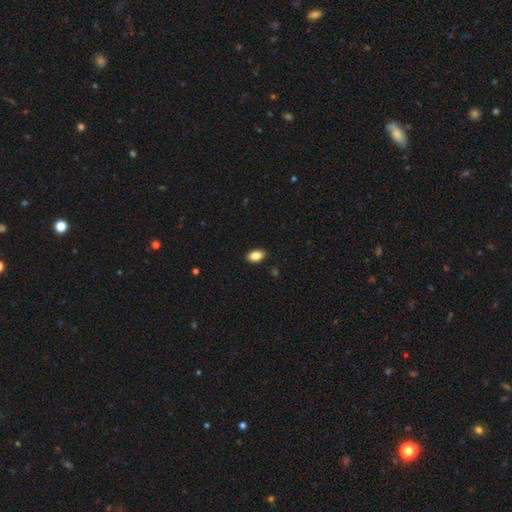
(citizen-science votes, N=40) Smooth or featured? 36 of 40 (90%) said smooth. How rounded? 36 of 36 (100%) said in between. Merging? 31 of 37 (84%) said none.